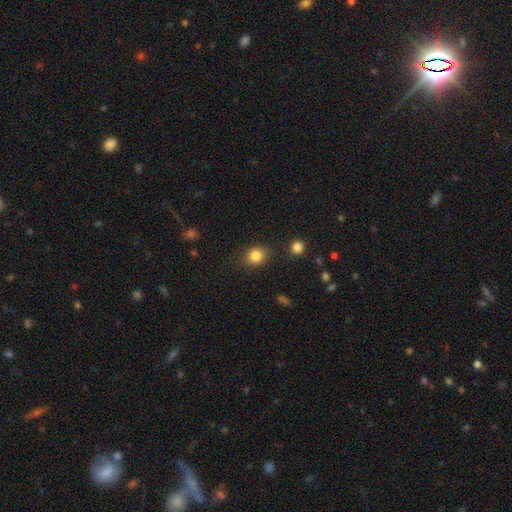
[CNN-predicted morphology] Smooth or featured: smooth — 84% (star or artifact — 10%)
How rounded: round — 60% (in between — 39%)
Merging: none — 83% (minor disturbance — 11%)